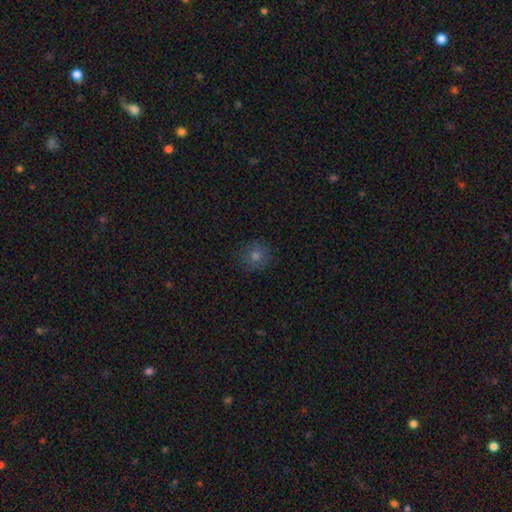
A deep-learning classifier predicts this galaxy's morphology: Smooth or featured? smooth (68%)
How rounded? round (92%)
Merging? none (87%)